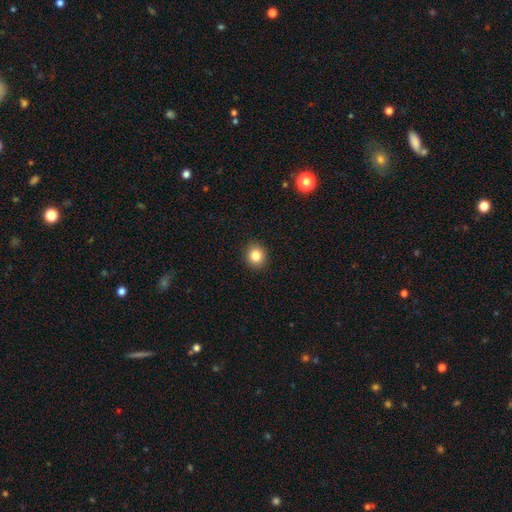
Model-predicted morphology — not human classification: A smooth galaxy with no disk features (84%) that is round (85%).

Vote fractions:
- Smooth or featured? smooth: 84% / star or artifact: 10% / featured or disk: 6%
- How rounded? round: 85% / in between: 14% / cigar-shaped: 1%
- Merging? none: 92% / minor disturbance: 6% / major disturbance: 2% / merger: 1%